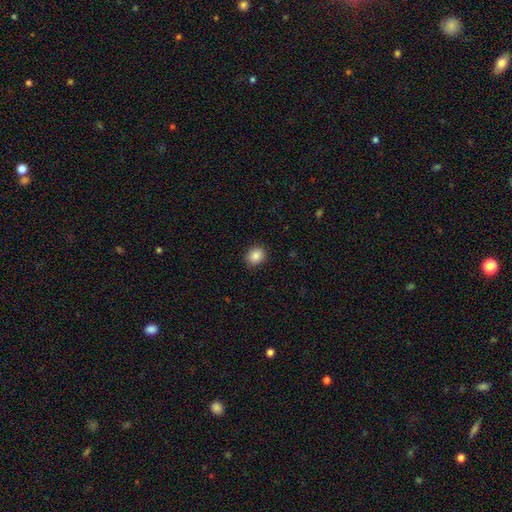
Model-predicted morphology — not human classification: The model was most divided on "how rounded": round: 60%, in between: 39%, cigar-shaped: 1%. More confident: merging — none (88%); smooth or featured — smooth (86%).